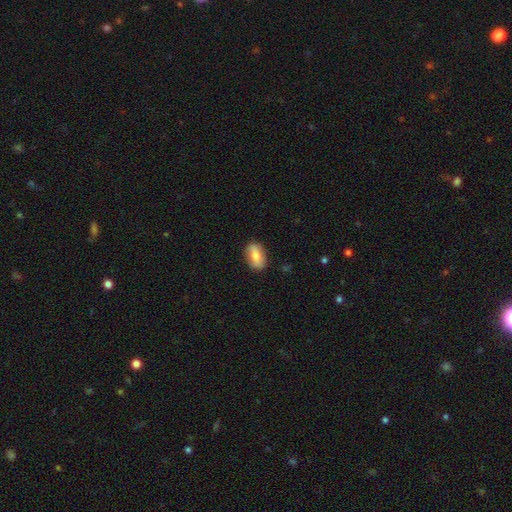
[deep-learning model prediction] This appears to be a smooth galaxy with no disk features (75%) that is in between round and cigar-shaped (88%). Merging: none (85%).